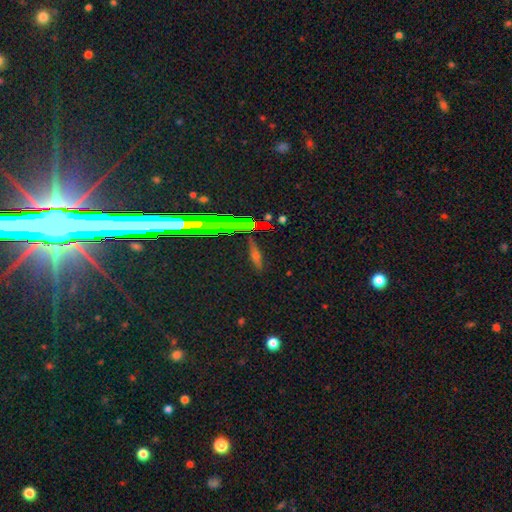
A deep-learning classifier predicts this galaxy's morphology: Smooth or featured? Predicted: smooth (p=0.39). Merging? Predicted: none (p=0.82).